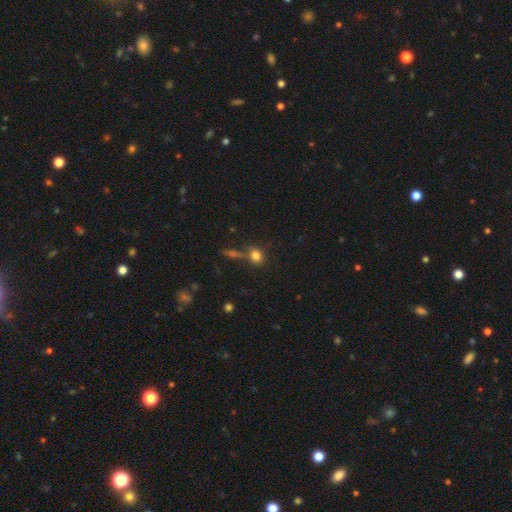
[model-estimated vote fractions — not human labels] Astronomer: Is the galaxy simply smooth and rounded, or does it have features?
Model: smooth — 79%.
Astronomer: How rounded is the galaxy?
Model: round — 59% (runner-up: in between, 38%).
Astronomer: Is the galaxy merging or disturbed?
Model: none — 59%.